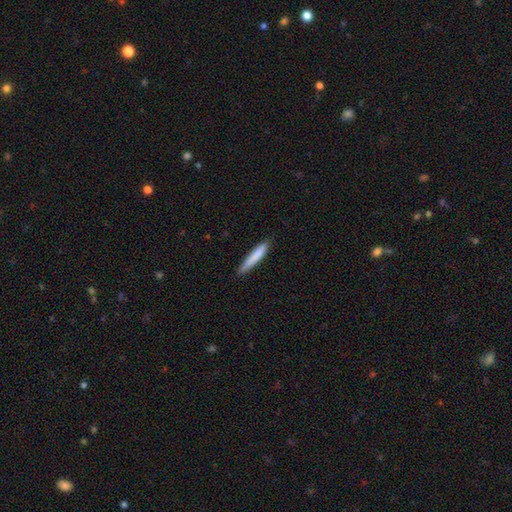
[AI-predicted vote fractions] Q: Smooth or featured?
A: smooth (80%); runner-up: featured or disk (15%)
Q: How rounded?
A: cigar-shaped (93%); runner-up: in between (6%)
Q: Merging?
A: none (83%); runner-up: minor disturbance (14%)